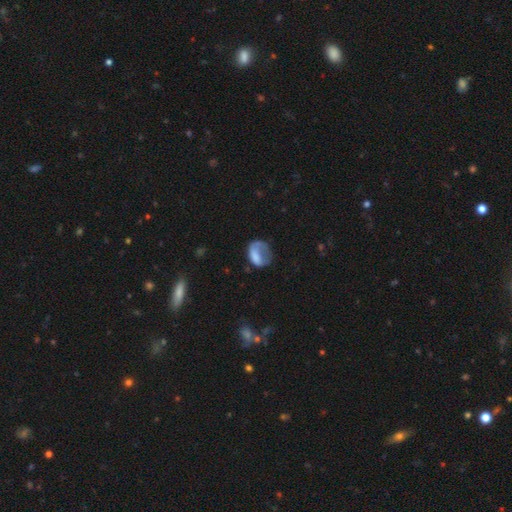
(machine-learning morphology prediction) The model was most divided on "merging": major disturbance: 46%, none: 27%, minor disturbance: 25%, merger: 3%. More confident: how rounded — in between (64%); smooth or featured — smooth (63%).